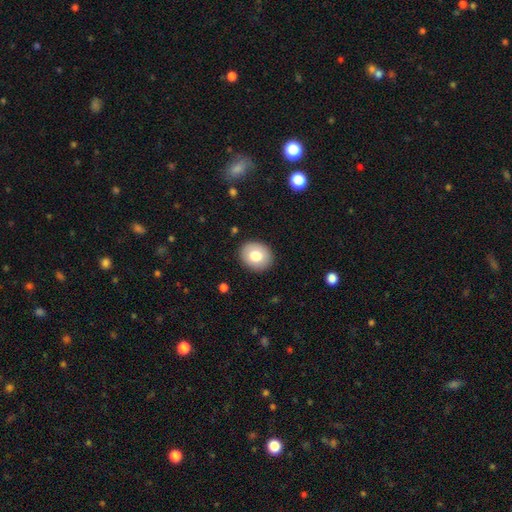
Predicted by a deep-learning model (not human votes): Smooth or featured?
  - smooth: 78% *
  - featured or disk: 14%
  - star or artifact: 8%
How rounded?
  - round: 61% *
  - in between: 38%
  - cigar-shaped: 1%
Merging?
  - none: 89% *
  - minor disturbance: 8%
  - major disturbance: 2%
  - merger: 1%